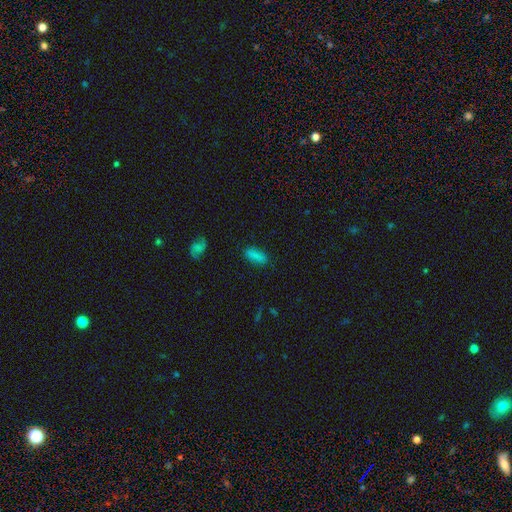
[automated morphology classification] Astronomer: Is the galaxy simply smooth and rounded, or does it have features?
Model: smooth — 83%.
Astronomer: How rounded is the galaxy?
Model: in between — 75%.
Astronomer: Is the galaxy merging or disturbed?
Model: none — 83%.